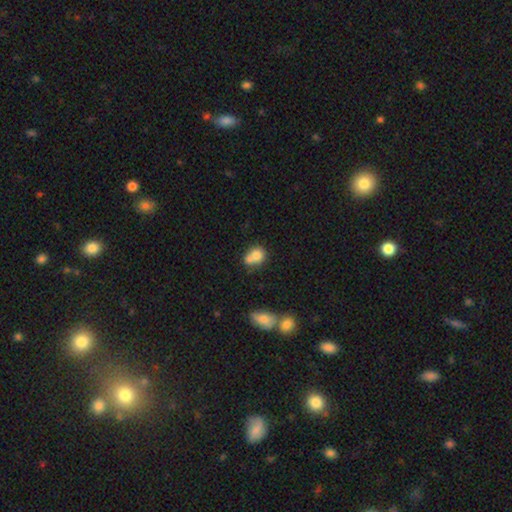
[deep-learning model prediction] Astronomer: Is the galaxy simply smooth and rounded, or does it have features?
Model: smooth — 75%.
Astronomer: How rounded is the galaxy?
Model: round — 53% (runner-up: in between, 46%).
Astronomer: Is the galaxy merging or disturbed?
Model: merger — 51% (runner-up: none, 31%).